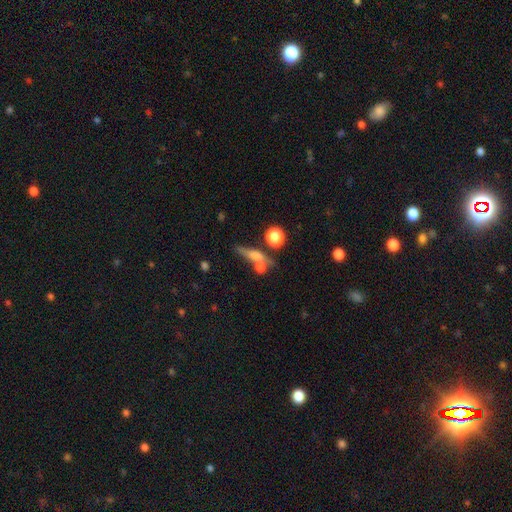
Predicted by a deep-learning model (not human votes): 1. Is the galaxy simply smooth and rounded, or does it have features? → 54% smooth, 34% featured or disk, 12% star or artifact.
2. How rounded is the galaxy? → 57% cigar-shaped, 25% in between, 18% round.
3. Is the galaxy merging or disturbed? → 53% none, 23% merger, 15% minor disturbance, 8% major disturbance.